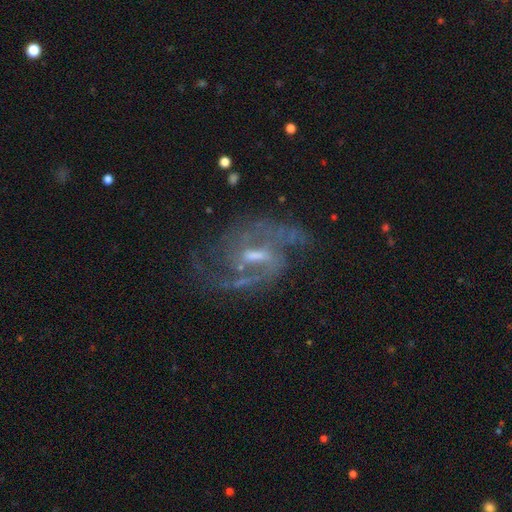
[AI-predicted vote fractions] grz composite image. It shows a featured or disk galaxy (87%) with a weak bar (56%), 2 (67%) medium (52%) spiral arms (93%) and a moderate central bulge (43%). Merging: none (58%).